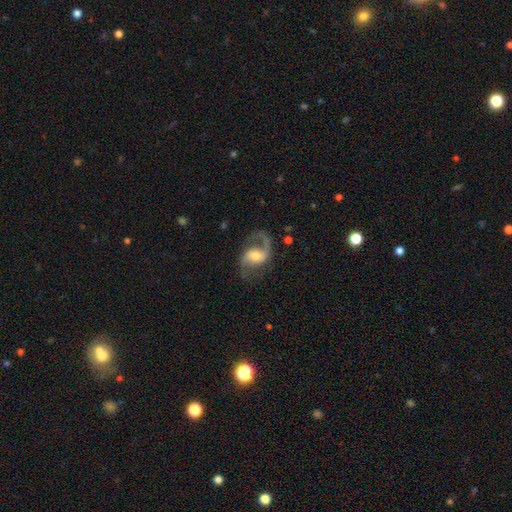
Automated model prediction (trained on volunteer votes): Smooth or featured? featured or disk (86%)
Edge-on disk? no (98%)
Bar? weak (43%)
Spiral arms? yes (96%)
Spiral winding? loose (55%)
Spiral arm count? 2 (80%)
Bulge size? moderate (60%)
Merging? none (65%)